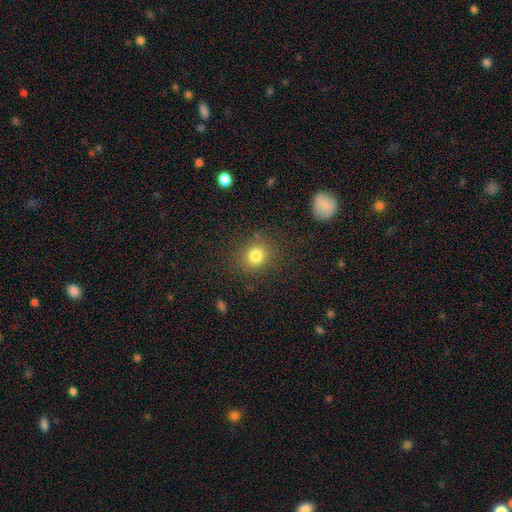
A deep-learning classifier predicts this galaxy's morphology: Overall: smooth (81%). How rounded: round (82%). Merging: none (85%).